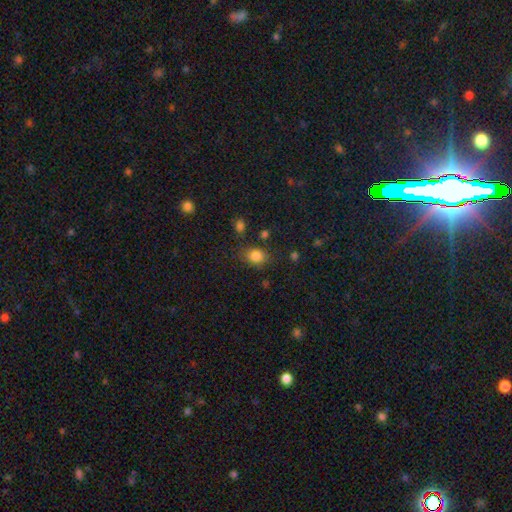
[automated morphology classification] Smooth or featured? Predicted: smooth (p=0.83). How rounded? Predicted: in between (p=0.57). Merging? Predicted: none (p=0.76).